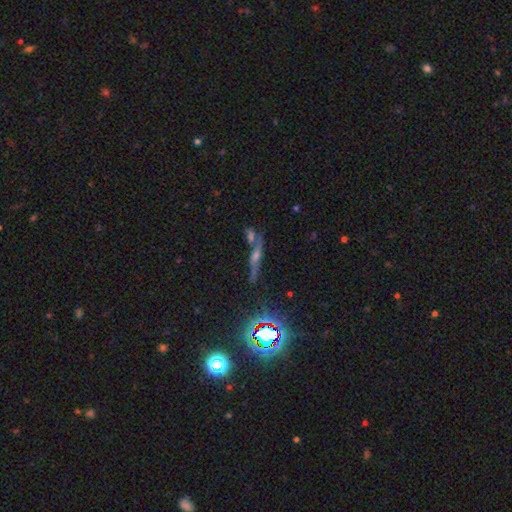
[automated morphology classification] Smooth or featured? Predicted: featured or disk (p=0.46). Merging? Predicted: none (p=0.56).